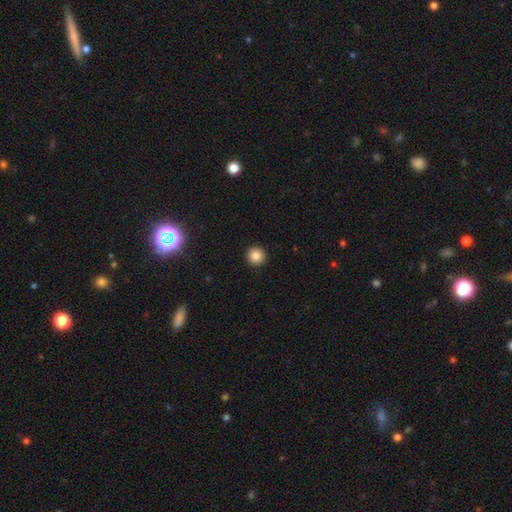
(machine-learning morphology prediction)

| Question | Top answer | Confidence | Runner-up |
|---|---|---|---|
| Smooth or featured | smooth | 85% | star or artifact (10%) |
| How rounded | round | 95% | in between (4%) |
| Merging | none | 93% | minor disturbance (4%) |